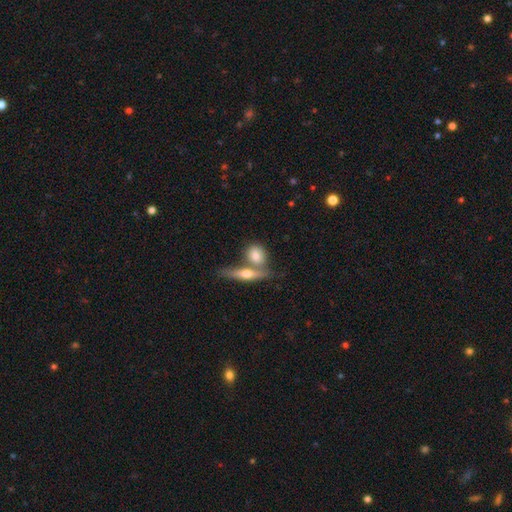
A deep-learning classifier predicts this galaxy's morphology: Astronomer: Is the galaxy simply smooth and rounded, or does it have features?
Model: smooth — 71%.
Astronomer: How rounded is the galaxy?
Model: round — 44% (runner-up: in between, 42%).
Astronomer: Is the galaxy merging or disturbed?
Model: none — 45% (runner-up: merger, 41%).